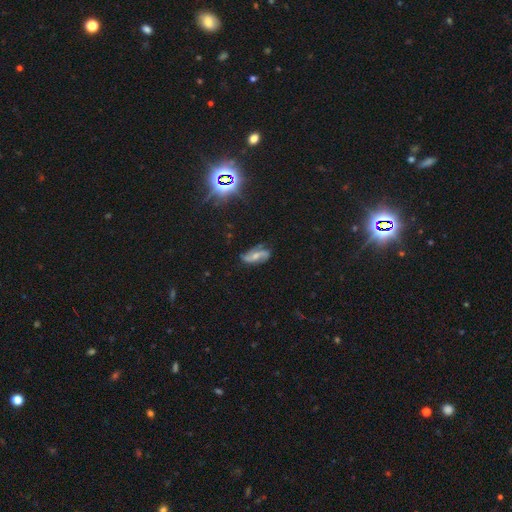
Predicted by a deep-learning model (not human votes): This appears to be a featured or disk galaxy (72%) with no bar (38%), 2 (88%) loose (53%) spiral arms (92%) and a moderate central bulge (45%). Merging: none (72%).